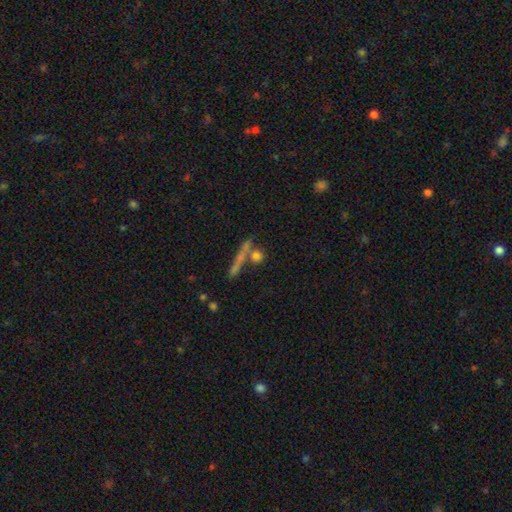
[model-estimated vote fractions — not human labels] smooth-or-featured: smooth: 68% | featured or disk: 18% | star or artifact: 14%
  how-rounded: round: 68% | cigar-shaped: 21% | in between: 12%
  merging: none: 62% | merger: 23% | minor disturbance: 9% | major disturbance: 6%